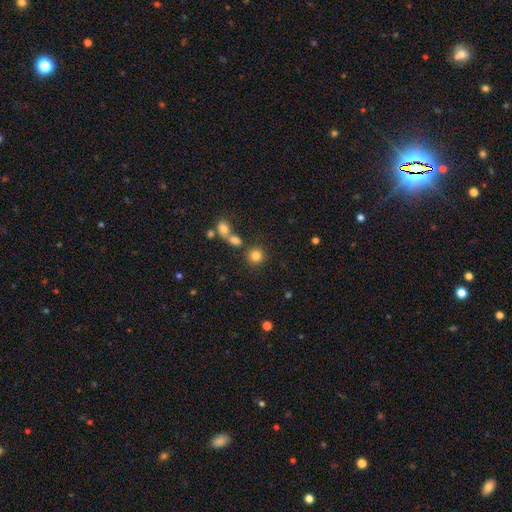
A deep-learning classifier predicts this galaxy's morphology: Smooth or featured: smooth — 81% (star or artifact — 12%)
How rounded: round — 89% (in between — 10%)
Merging: none — 73% (merger — 16%)